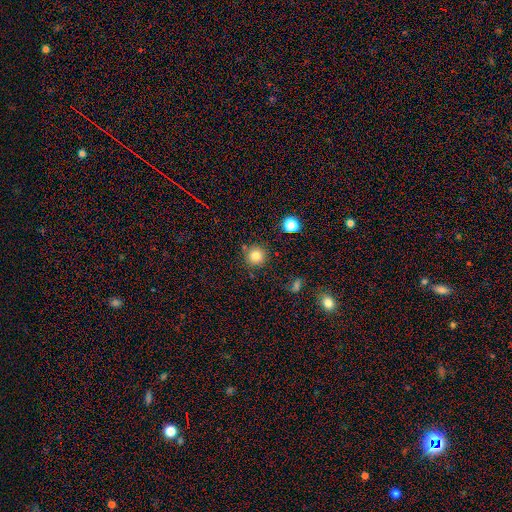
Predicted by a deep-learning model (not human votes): Overall: smooth (80%). How rounded: round (94%). Merging: none (83%).